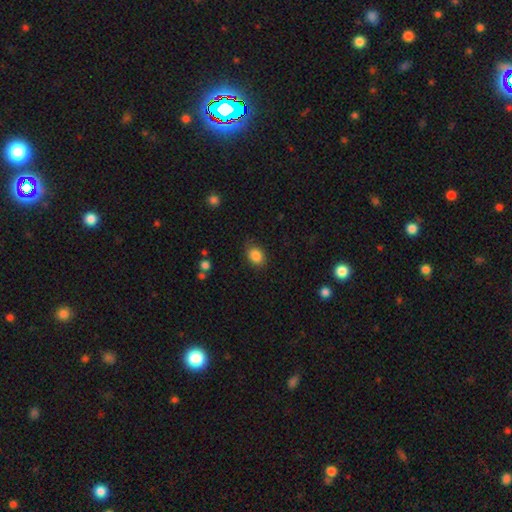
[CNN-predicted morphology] A smooth galaxy with no disk features (86%) that is in between round and cigar-shaped (64%). Merging: none (81%).